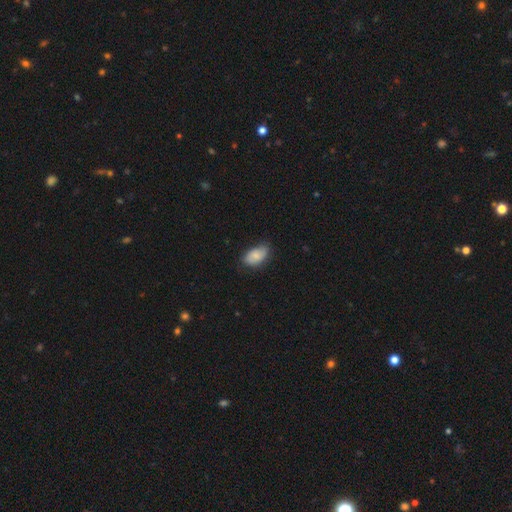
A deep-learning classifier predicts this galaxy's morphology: Q: Smooth or featured?
A: smooth (77%); runner-up: featured or disk (16%)
Q: How rounded?
A: in between (92%); runner-up: round (6%)
Q: Merging?
A: none (65%); runner-up: minor disturbance (29%)